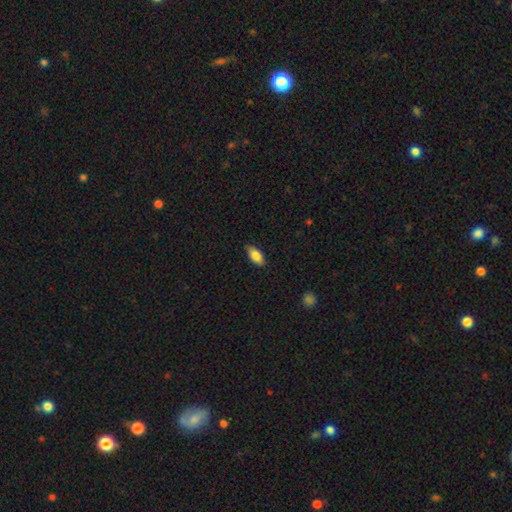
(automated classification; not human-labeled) smooth_or_featured: smooth (p=0.85) [alt: featured or disk p=0.08]
how_rounded: in between (p=0.90) [alt: cigar-shaped p=0.08]
merging: none (p=0.85) [alt: minor disturbance p=0.11]